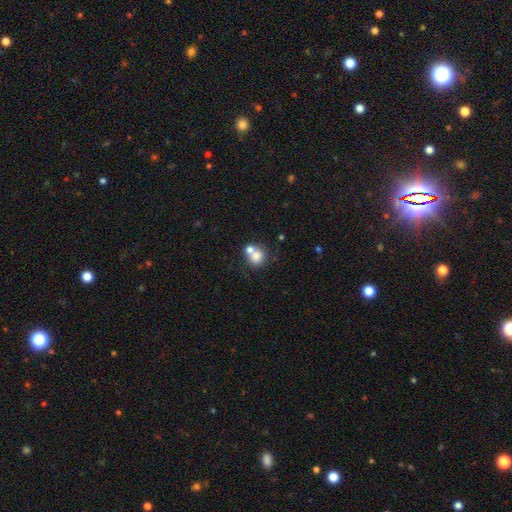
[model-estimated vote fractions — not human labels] Smooth or featured?
  - smooth: 76% *
  - featured or disk: 14%
  - star or artifact: 10%
How rounded?
  - round: 79% *
  - in between: 20%
  - cigar-shaped: 1%
Merging?
  - merger: 45% *
  - none: 42%
  - minor disturbance: 9%
  - major disturbance: 4%